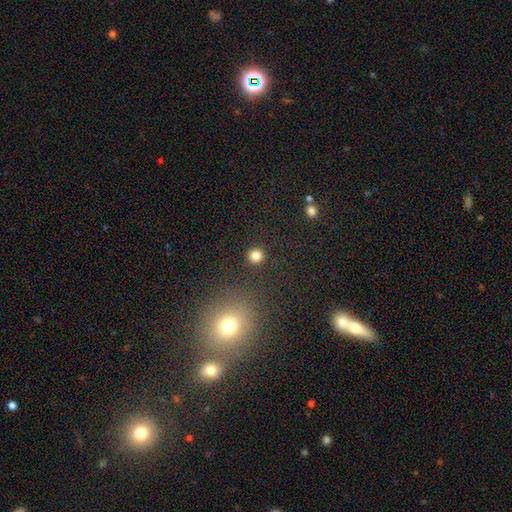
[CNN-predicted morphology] Smooth or featured? smooth (82%)
How rounded? round (93%)
Merging? none (91%)